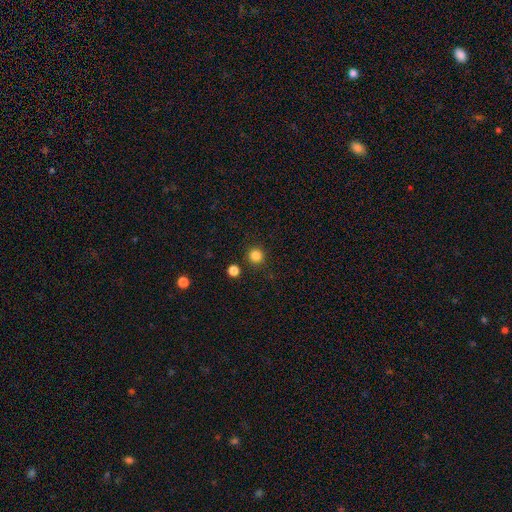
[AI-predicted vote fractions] A smooth galaxy with no disk features (84%) that is round (95%). Merging: none (88%).